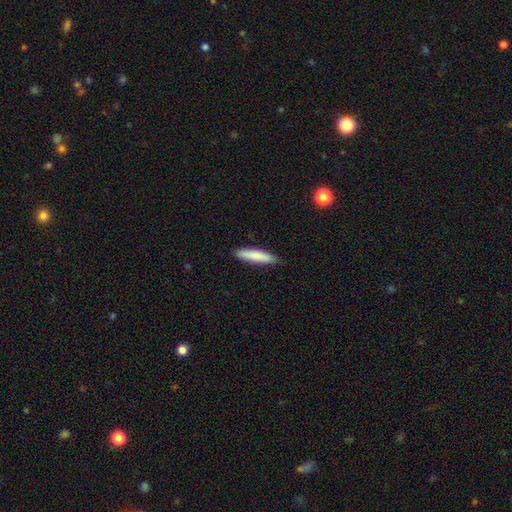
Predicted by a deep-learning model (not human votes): Smooth or featured: smooth — 83% (featured or disk — 11%)
How rounded: cigar-shaped — 84% (in between — 15%)
Merging: none — 86% (minor disturbance — 11%)